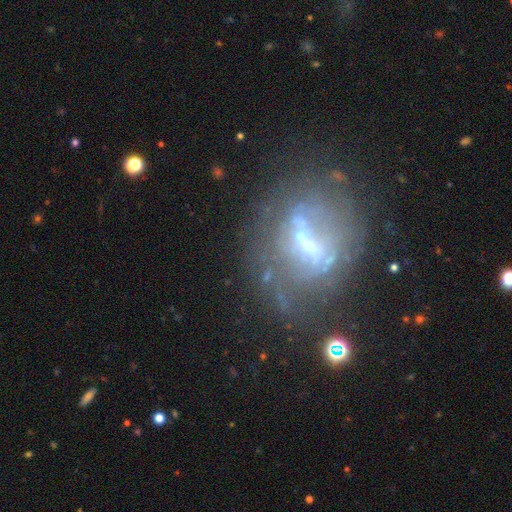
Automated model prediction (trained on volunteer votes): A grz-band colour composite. It shows a featured or disk galaxy (66%) with a strong bar (54%), no spiral arms (65%) and a small central bulge (38%). Merging: none (58%).